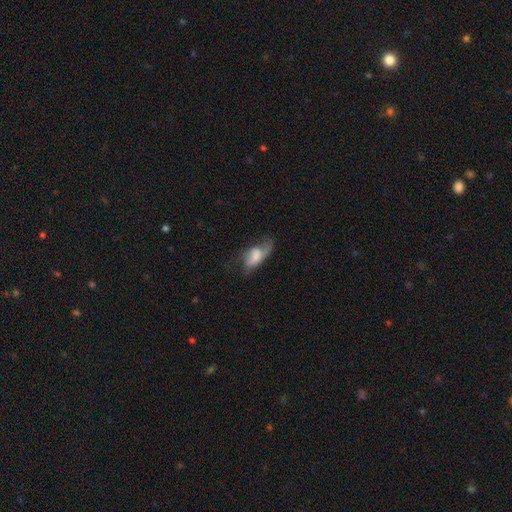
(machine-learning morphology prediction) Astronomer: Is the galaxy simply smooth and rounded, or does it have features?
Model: smooth — 55% (runner-up: featured or disk, 37%).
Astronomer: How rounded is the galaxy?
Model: in between — 86%.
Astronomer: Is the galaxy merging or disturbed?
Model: major disturbance — 35% (runner-up: none, 34%).